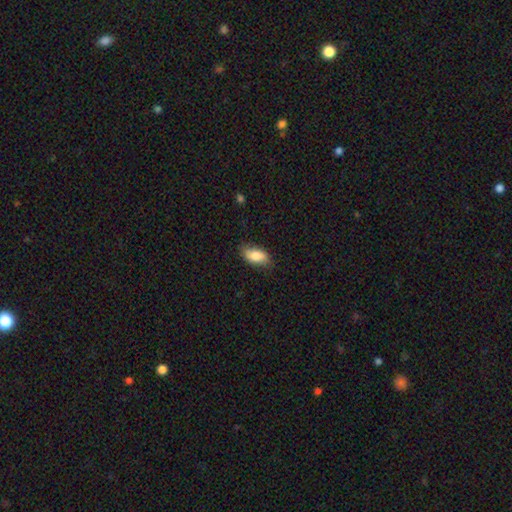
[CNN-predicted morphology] Smooth or featured: smooth — 82% (featured or disk — 11%)
How rounded: in between — 90% (cigar-shaped — 7%)
Merging: none — 78% (minor disturbance — 18%)